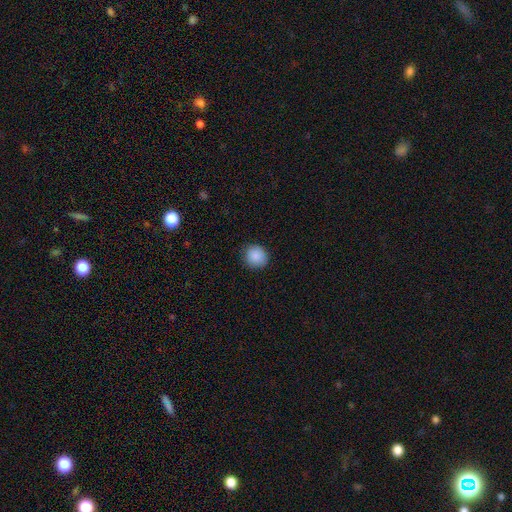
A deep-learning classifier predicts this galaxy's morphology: Smooth or featured?
  - smooth: 88% *
  - star or artifact: 8%
  - featured or disk: 4%
How rounded?
  - round: 86% *
  - in between: 13%
  - cigar-shaped: 1%
Merging?
  - none: 85% *
  - minor disturbance: 11%
  - major disturbance: 2%
  - merger: 1%